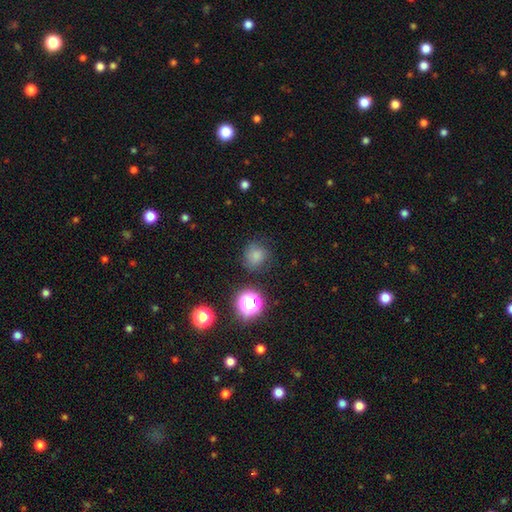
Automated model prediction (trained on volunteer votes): Morphology: type=smooth (74%); roundness=round (84%); merging=none (75%).